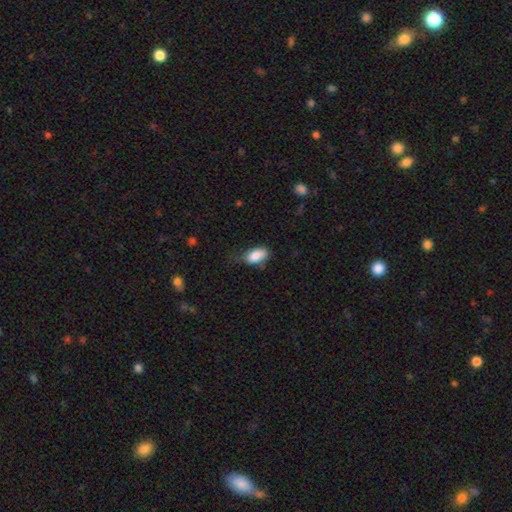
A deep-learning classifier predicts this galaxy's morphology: Q: Smooth or featured?
A: smooth (85%); runner-up: featured or disk (7%)
Q: How rounded?
A: in between (91%); runner-up: cigar-shaped (5%)
Q: Merging?
A: none (48%); runner-up: minor disturbance (37%)